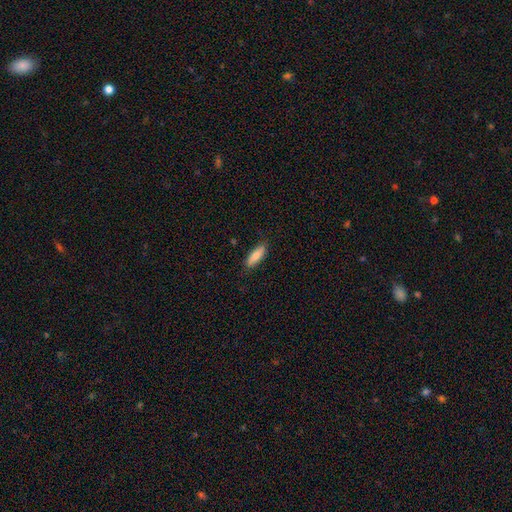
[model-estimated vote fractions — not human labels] Overall: smooth (84%). How rounded: cigar-shaped (52%; in between 47%). Merging: none (85%).